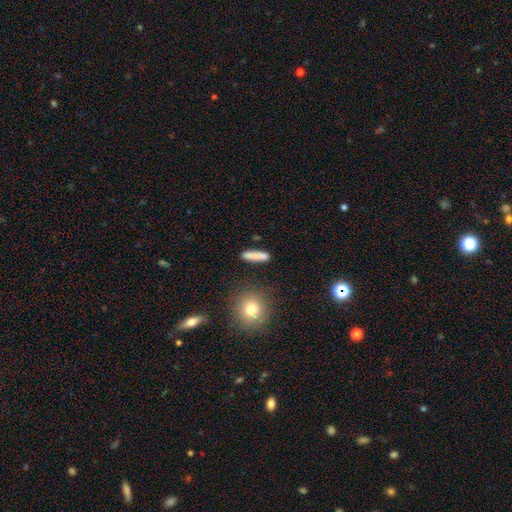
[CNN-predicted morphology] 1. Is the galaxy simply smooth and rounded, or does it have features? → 81% smooth, 11% featured or disk, 8% star or artifact.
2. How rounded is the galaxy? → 81% cigar-shaped, 15% in between, 4% round.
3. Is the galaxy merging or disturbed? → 82% none, 11% minor disturbance, 5% merger, 3% major disturbance.